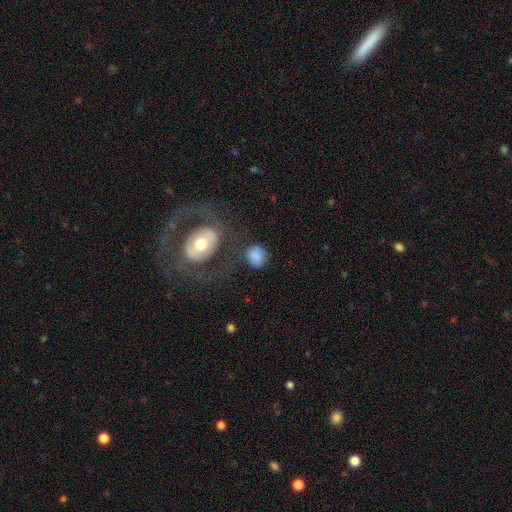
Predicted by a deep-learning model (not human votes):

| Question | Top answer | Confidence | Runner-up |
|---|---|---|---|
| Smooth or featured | smooth | 80% | featured or disk (12%) |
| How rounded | round | 71% | in between (28%) |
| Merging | none | 63% | minor disturbance (15%) |